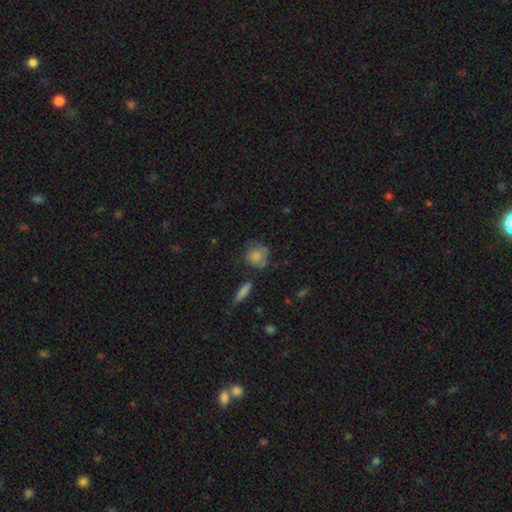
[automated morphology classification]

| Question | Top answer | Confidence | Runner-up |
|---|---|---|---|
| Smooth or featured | smooth | 68% | featured or disk (22%) |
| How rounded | round | 77% | in between (21%) |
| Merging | none | 57% | minor disturbance (25%) |